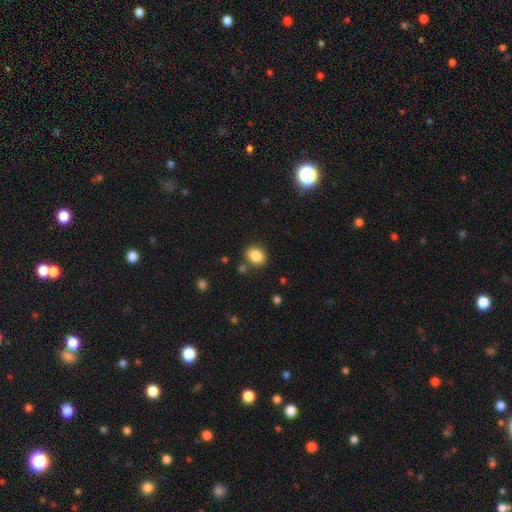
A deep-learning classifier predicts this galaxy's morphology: Q: Smooth or featured?
A: smooth (86%); runner-up: star or artifact (9%)
Q: How rounded?
A: in between (63%); runner-up: round (36%)
Q: Merging?
A: none (80%); runner-up: minor disturbance (11%)